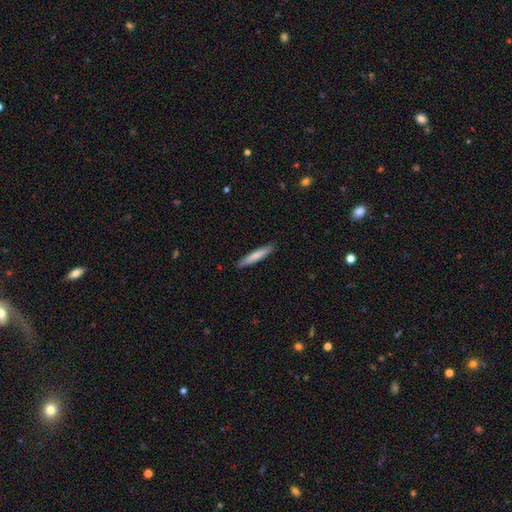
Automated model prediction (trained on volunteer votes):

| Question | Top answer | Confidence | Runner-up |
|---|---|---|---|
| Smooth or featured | smooth | 75% | featured or disk (19%) |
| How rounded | cigar-shaped | 93% | in between (6%) |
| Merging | none | 89% | minor disturbance (8%) |